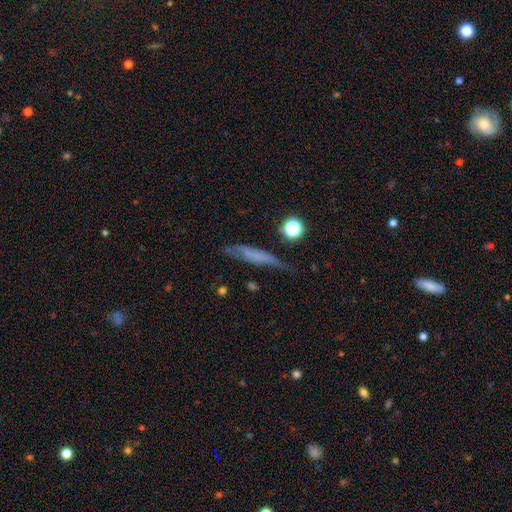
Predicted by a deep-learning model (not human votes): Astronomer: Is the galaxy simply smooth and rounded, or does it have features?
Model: smooth — 47% (runner-up: featured or disk, 41%).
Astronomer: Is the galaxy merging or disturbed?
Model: none — 59%.